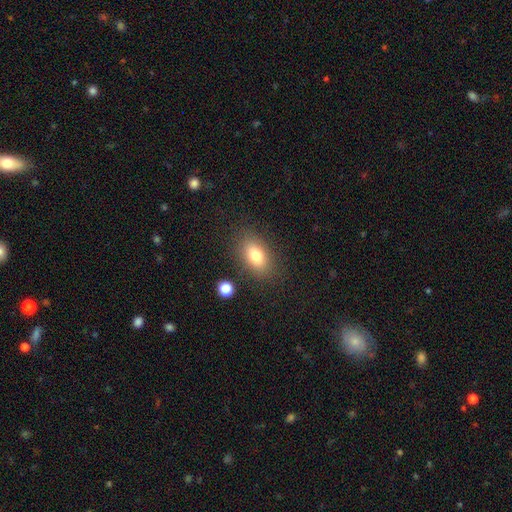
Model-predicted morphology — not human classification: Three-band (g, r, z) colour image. It shows a smooth galaxy with no disk features (78%) that is in between round and cigar-shaped (84%). Merging: none (83%).